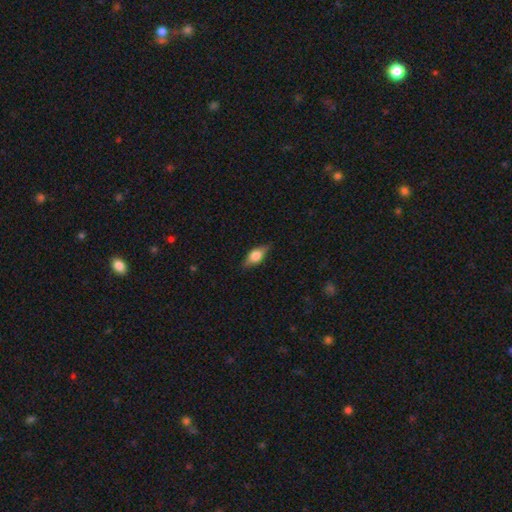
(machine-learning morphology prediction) The model was most divided on "smooth or featured": smooth: 53%, featured or disk: 39%, star or artifact: 8%. More confident: merging — none (81%); how rounded — in between (75%).